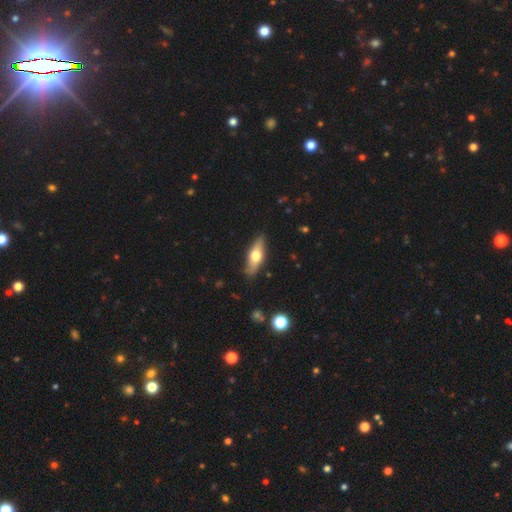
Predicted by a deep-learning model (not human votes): Smooth or featured? Predicted: smooth (p=0.51). How rounded? Predicted: in between (p=0.52). Merging? Predicted: none (p=0.85).